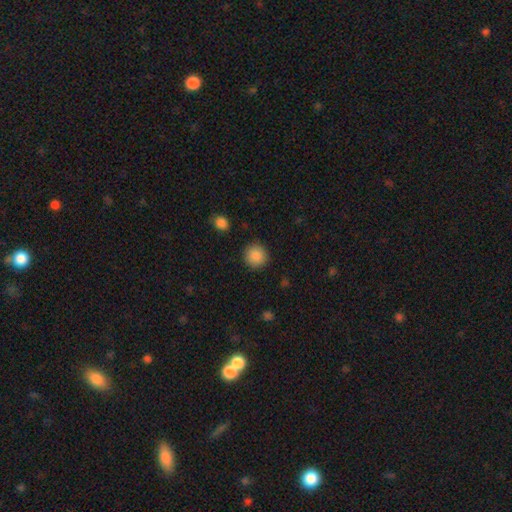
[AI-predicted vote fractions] This is clearly a smooth galaxy (88%). How rounded: clearly round (93%). Merging: clearly none (90%).